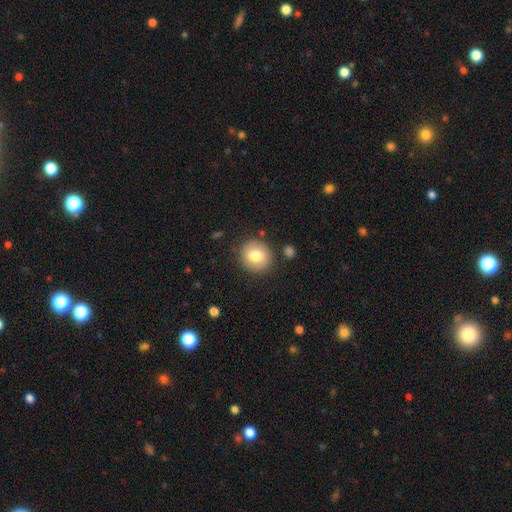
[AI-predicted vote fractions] Overall: smooth (79%). How rounded: round (85%). Merging: none (86%).